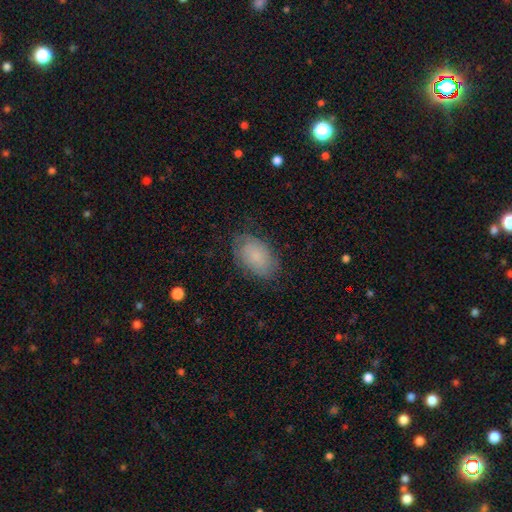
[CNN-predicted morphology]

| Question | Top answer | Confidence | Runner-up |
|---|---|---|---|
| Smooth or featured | smooth | 71% | featured or disk (21%) |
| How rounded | in between | 90% | round (9%) |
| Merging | none | 74% | minor disturbance (19%) |